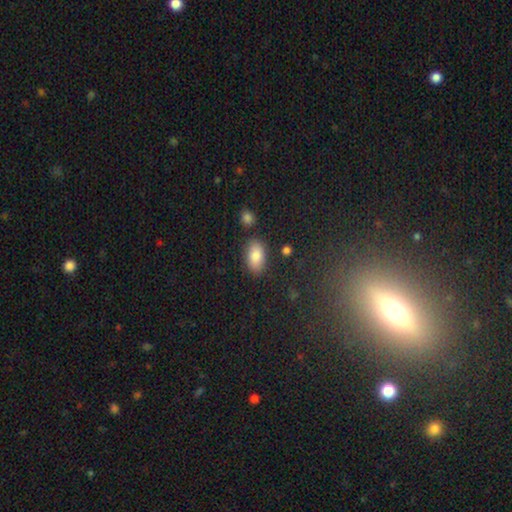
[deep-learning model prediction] Smooth or featured? smooth (85%)
How rounded? in between (92%)
Merging? none (82%)